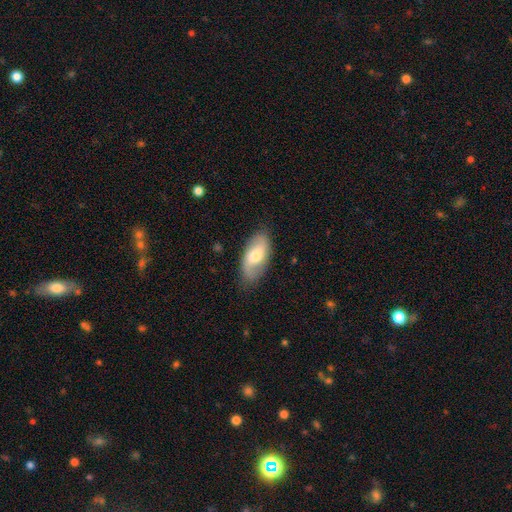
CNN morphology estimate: smooth_or_featured: smooth (p=0.51) [alt: featured or disk p=0.43]
how_rounded: in between (p=0.92) [alt: cigar-shaped p=0.05]
merging: none (p=0.80) [alt: minor disturbance p=0.15]